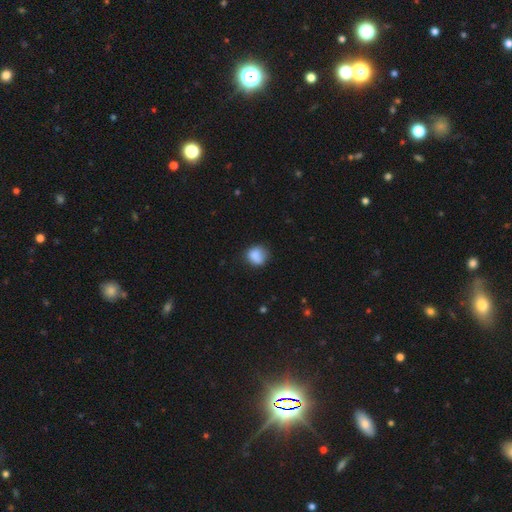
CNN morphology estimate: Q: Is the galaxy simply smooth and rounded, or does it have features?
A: smooth — 85%.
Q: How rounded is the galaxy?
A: round — 77%.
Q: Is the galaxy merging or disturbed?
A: none — 68%.